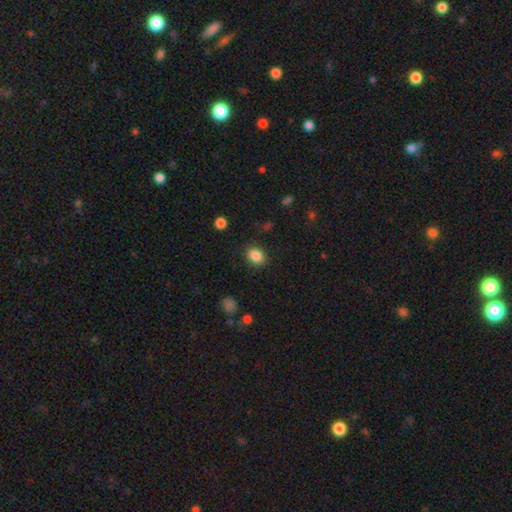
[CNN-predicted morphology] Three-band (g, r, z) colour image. It shows a smooth galaxy with no disk features (87%) that is in between round and cigar-shaped (62%). Merging: none (87%).